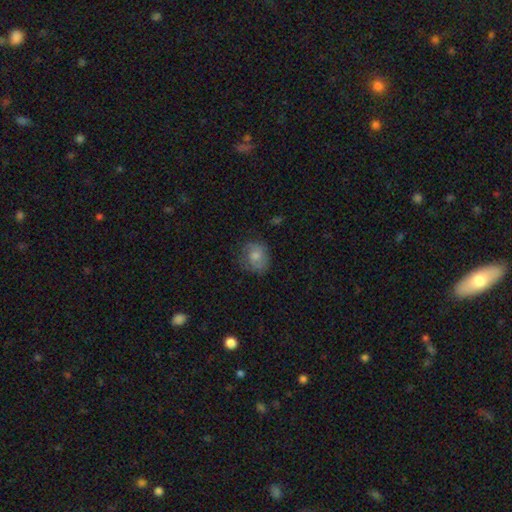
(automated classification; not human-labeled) Overall: smooth (66%). How rounded: round (69%; in between 30%). Merging: none (72%).